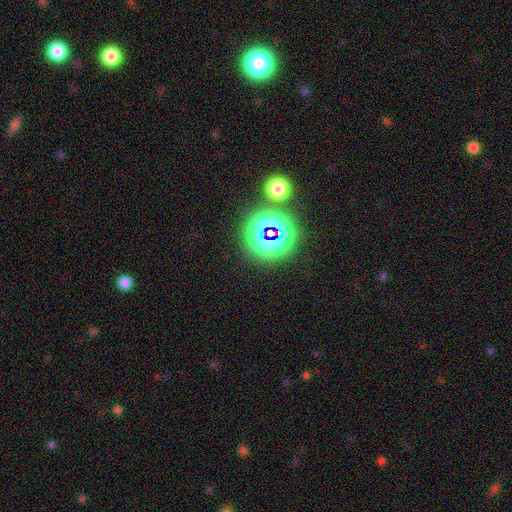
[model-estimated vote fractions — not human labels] A star or artifact, not a galaxy (70%).

Vote fractions:
- Smooth or featured? star or artifact: 70% / smooth: 20% / featured or disk: 9%